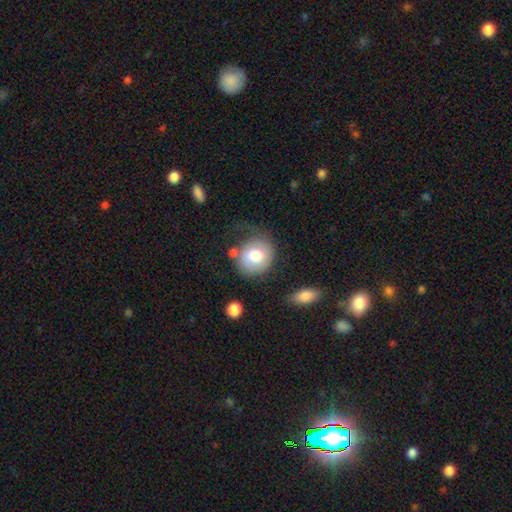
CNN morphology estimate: The model was most divided on "merging": none: 55%, minor disturbance: 23%, major disturbance: 14%, merger: 8%. More confident: how rounded — round (75%); smooth or featured — smooth (74%).